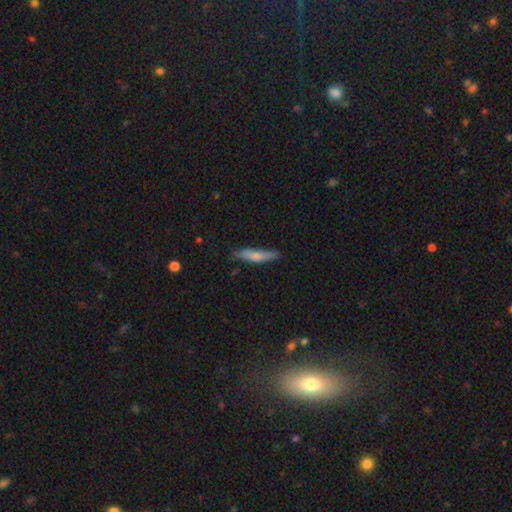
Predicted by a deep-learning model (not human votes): Smooth or featured? smooth (70%)
How rounded? cigar-shaped (84%)
Merging? none (72%)